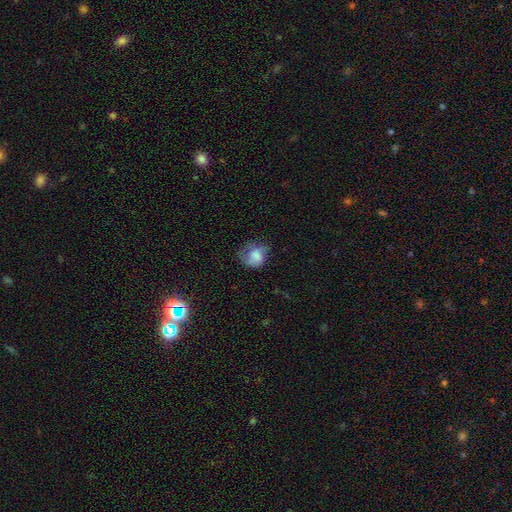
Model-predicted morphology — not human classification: Smooth or featured? Predicted: smooth (p=0.65). How rounded? Predicted: round (p=0.62). Merging? Predicted: none (p=0.39).